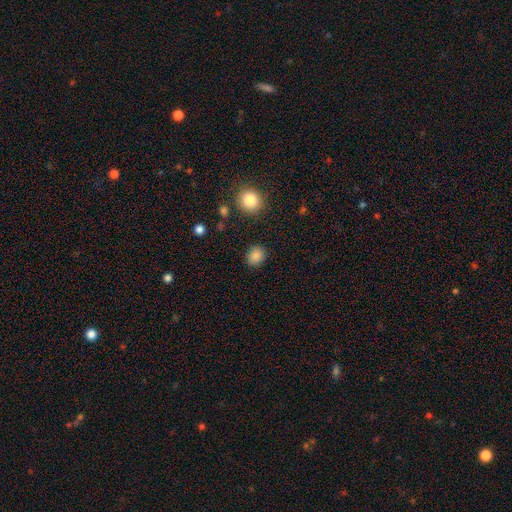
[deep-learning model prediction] Smooth or featured: smooth — 86% (star or artifact — 10%)
How rounded: round — 73% (in between — 26%)
Merging: none — 87% (minor disturbance — 8%)